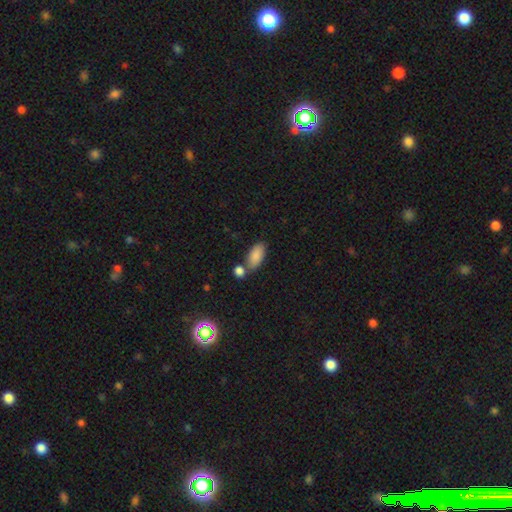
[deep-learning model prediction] The model was most divided on "merging": none: 60%, merger: 24%, minor disturbance: 13%, major disturbance: 4%. More confident: how rounded — in between (91%); smooth or featured — smooth (87%).